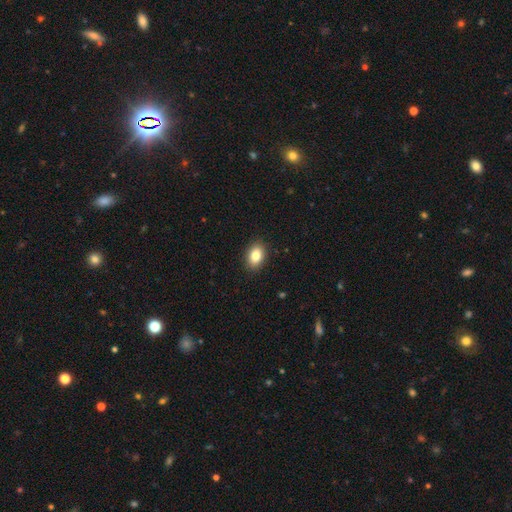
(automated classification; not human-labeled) This is clearly a smooth galaxy (84%). How rounded: clearly in between (83%). Merging: clearly none (90%).